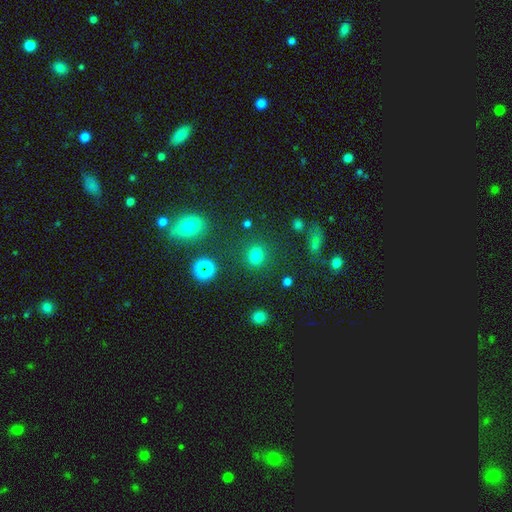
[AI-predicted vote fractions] This is likely a smooth galaxy (76%). How rounded: likely round (80%). Merging: clearly none (85%).